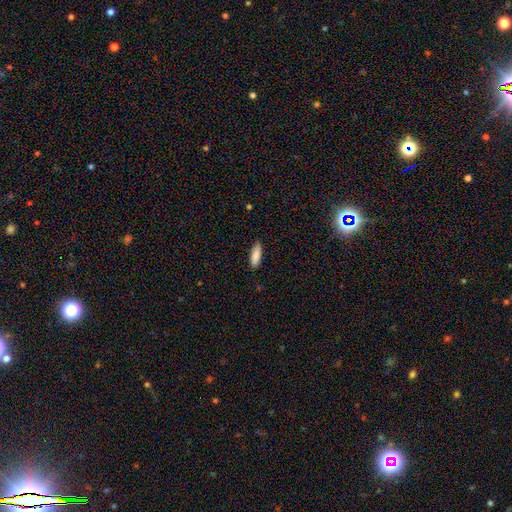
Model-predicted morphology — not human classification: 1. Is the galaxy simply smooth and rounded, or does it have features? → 87% smooth, 7% featured or disk, 6% star or artifact.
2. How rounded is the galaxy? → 50% in between, 49% cigar-shaped, 2% round.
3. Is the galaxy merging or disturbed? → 86% none, 11% minor disturbance, 2% major disturbance, 1% merger.